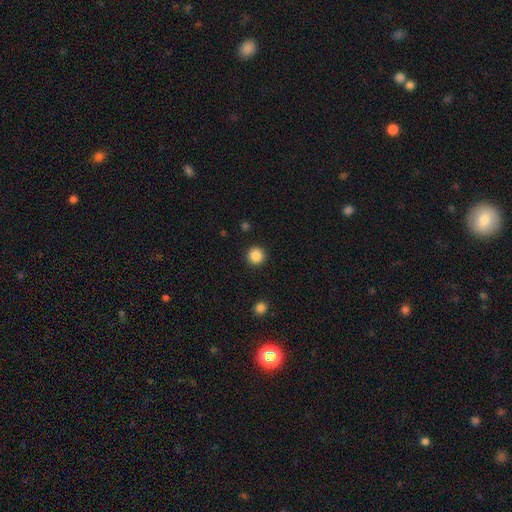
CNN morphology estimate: This is clearly a smooth galaxy (87%). How rounded: clearly round (96%). Merging: clearly none (92%).